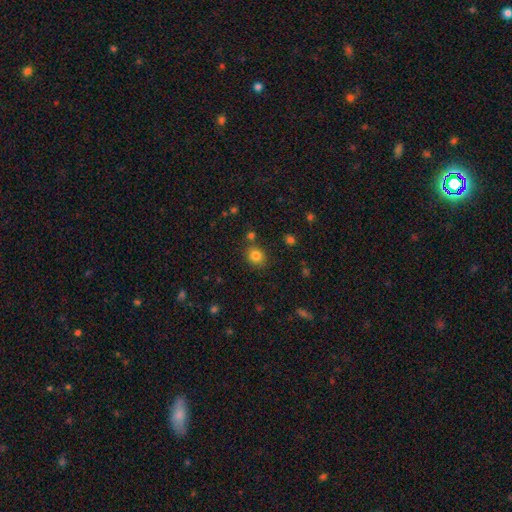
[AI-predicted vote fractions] This appears to be a smooth galaxy with no disk features (82%) that is round (80%). Merging: none (80%).